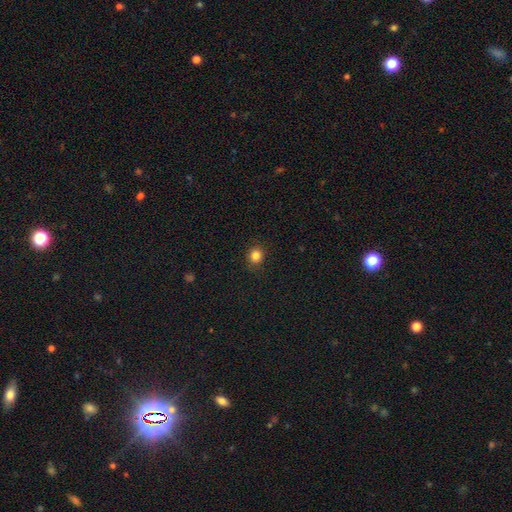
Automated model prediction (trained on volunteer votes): The model was most divided on "how rounded": round: 80%, in between: 19%, cigar-shaped: 1%. More confident: merging — none (90%); smooth or featured — smooth (84%).